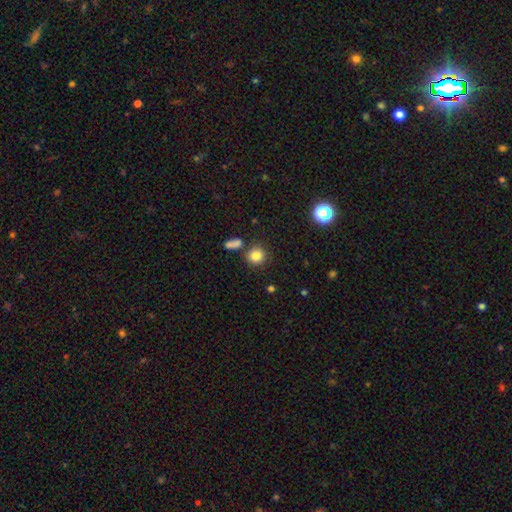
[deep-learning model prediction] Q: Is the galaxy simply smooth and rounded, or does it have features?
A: smooth — 82%.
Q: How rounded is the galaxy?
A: round — 89%.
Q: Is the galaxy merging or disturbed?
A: none — 77%.